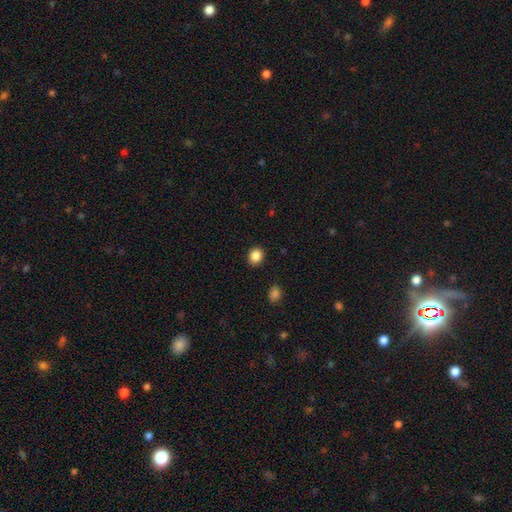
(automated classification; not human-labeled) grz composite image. It shows a smooth galaxy with no disk features (87%) that is round (69%). Merging: none (91%).